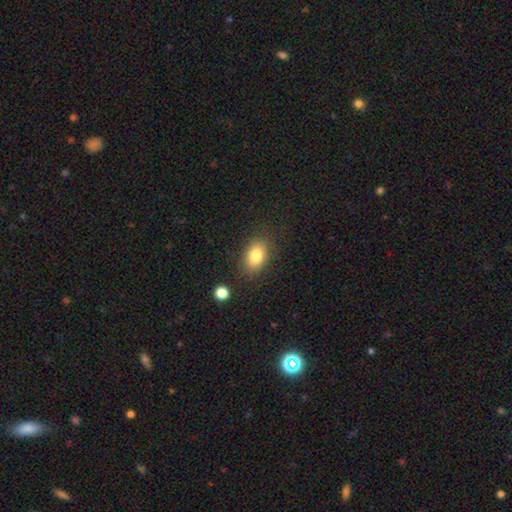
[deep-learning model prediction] The model was most divided on "merging": none: 83%, minor disturbance: 11%, major disturbance: 4%, merger: 2%. More confident: how rounded — in between (85%); smooth or featured — smooth (83%).